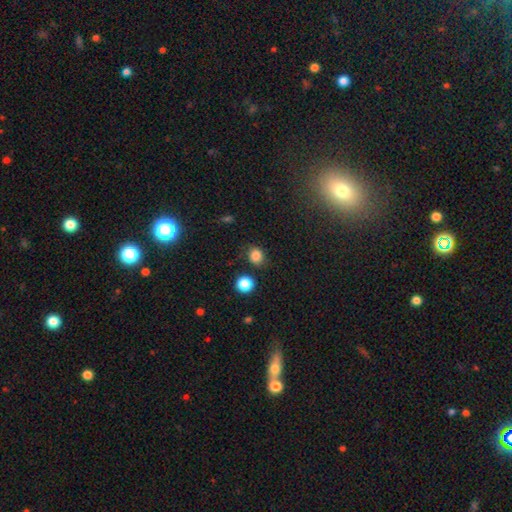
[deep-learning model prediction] smooth_or_featured: smooth (p=0.83) [alt: star or artifact p=0.13]
how_rounded: round (p=0.72) [alt: in between p=0.26]
merging: none (p=0.78) [alt: minor disturbance p=0.13]